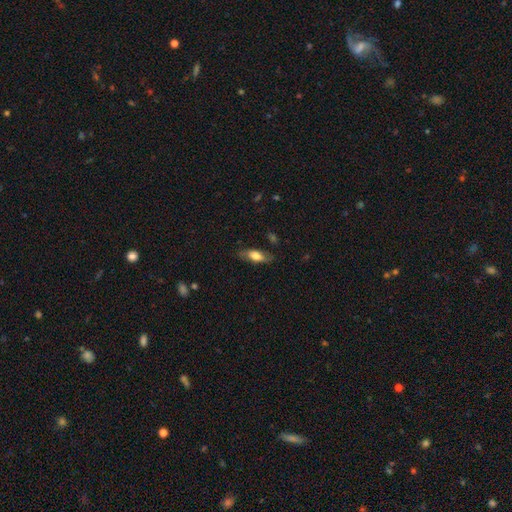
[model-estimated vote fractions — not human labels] Overall: smooth (63%; featured or disk 30%). How rounded: in between (72%). Merging: none (76%).